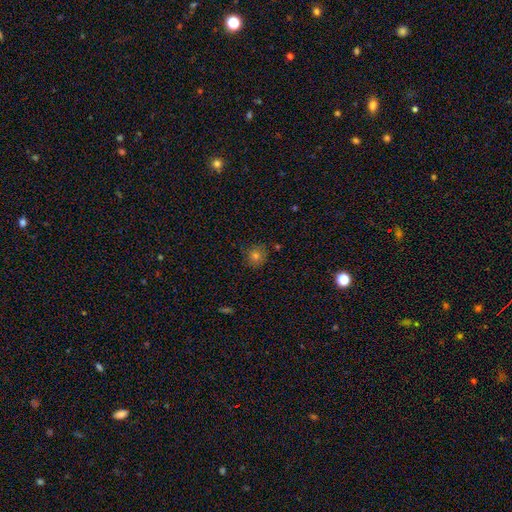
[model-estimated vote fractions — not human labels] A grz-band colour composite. It shows a smooth galaxy with no disk features (73%) that is round (91%). Merging: none (85%).